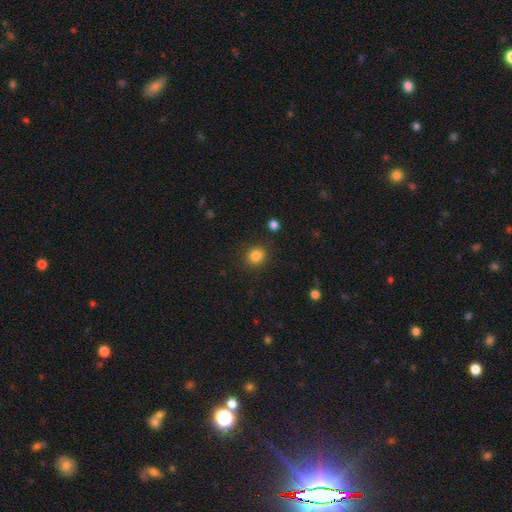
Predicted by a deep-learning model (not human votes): Overall: smooth (84%). How rounded: round (83%). Merging: none (87%).